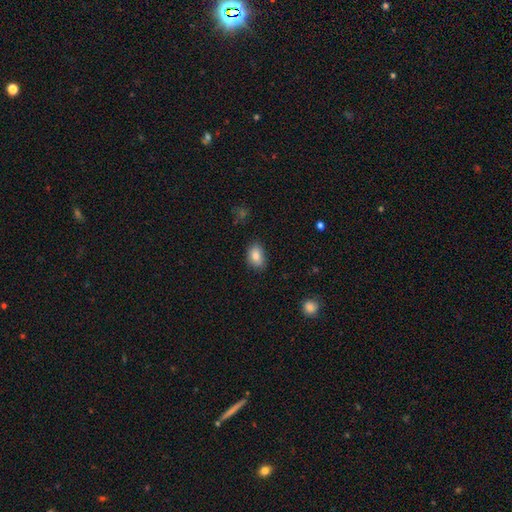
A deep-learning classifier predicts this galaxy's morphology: Q: Smooth or featured?
A: smooth (84%); runner-up: featured or disk (8%)
Q: How rounded?
A: in between (85%); runner-up: round (13%)
Q: Merging?
A: none (80%); runner-up: minor disturbance (15%)